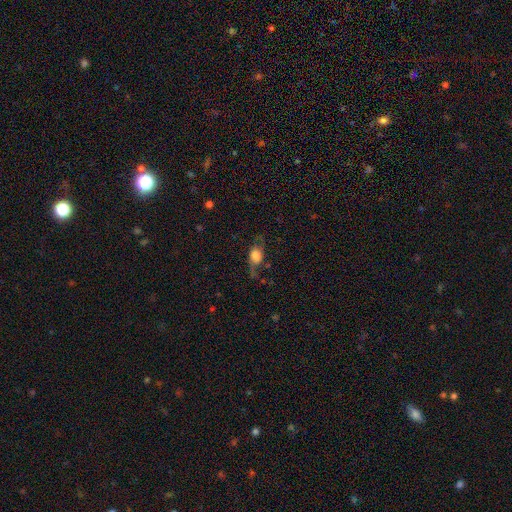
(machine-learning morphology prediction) Smooth or featured?
  - smooth: 47% *
  - featured or disk: 42%
  - star or artifact: 11%
Merging?
  - none: 49% *
  - major disturbance: 25%
  - minor disturbance: 24%
  - merger: 3%